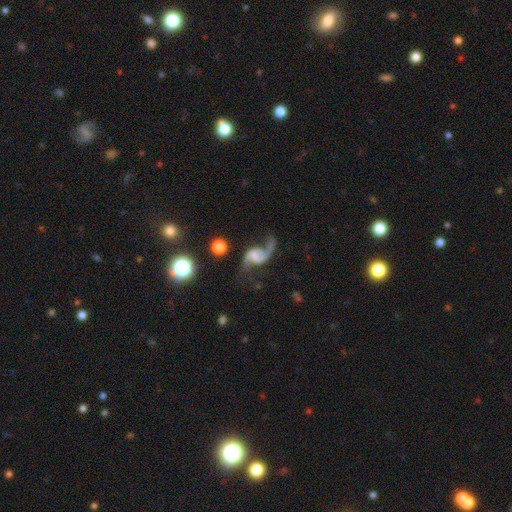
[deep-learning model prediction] Smooth or featured? Predicted: featured or disk (p=0.87). Edge-on disk? Predicted: no (p=0.98). Bar? Predicted: no (p=0.43). Spiral arms? Predicted: yes (p=0.97). Spiral winding? Predicted: loose (p=0.81). Spiral arm count? Predicted: 2 (p=0.91). Bulge size? Predicted: none (p=0.58). Merging? Predicted: none (p=0.65).